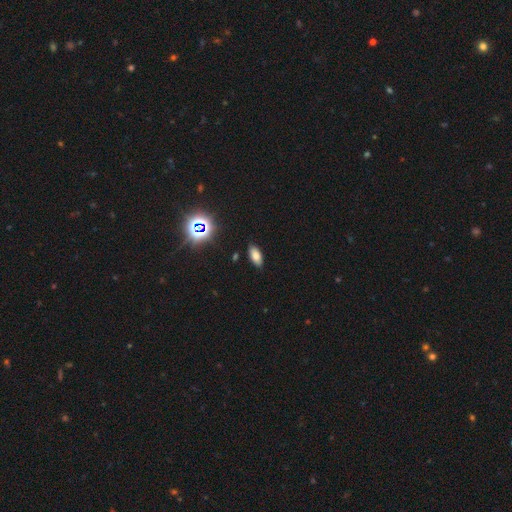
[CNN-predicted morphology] Smooth or featured? Predicted: smooth (p=0.74). How rounded? Predicted: in between (p=0.89). Merging? Predicted: none (p=0.87).